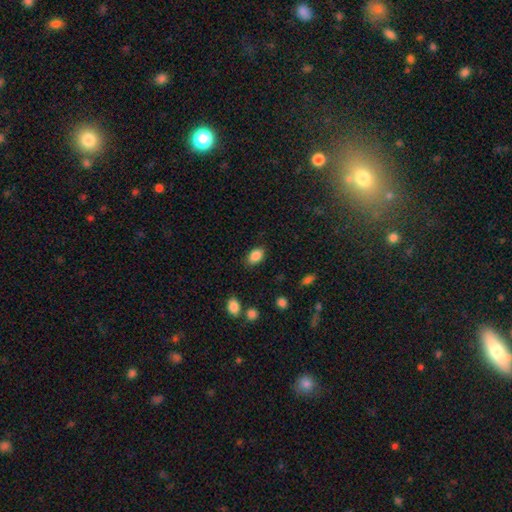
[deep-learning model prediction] smooth-or-featured: smooth: 87% | star or artifact: 9% | featured or disk: 4%
  how-rounded: in between: 87% | round: 12% | cigar-shaped: 2%
  merging: none: 84% | minor disturbance: 12% | major disturbance: 3% | merger: 2%